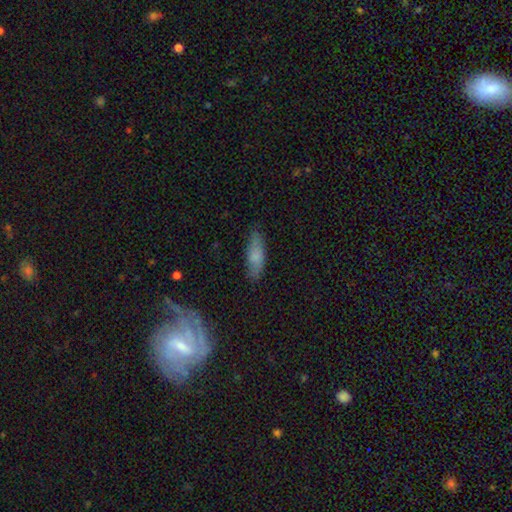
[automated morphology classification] Overall: smooth (74%). How rounded: in between (50%; cigar-shaped 48%). Merging: none (80%).